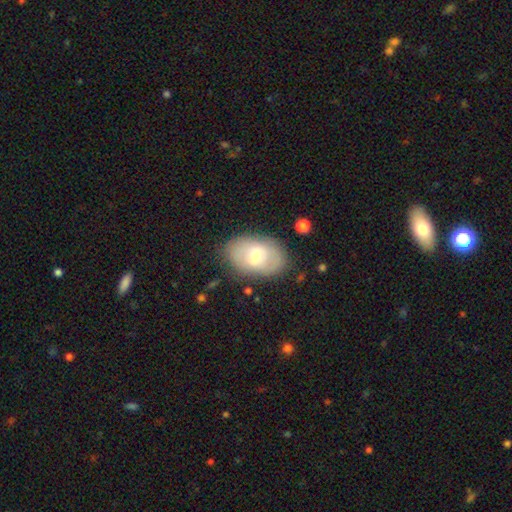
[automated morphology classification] A smooth galaxy with no disk features (59%) that is in between round and cigar-shaped (87%).

Vote fractions:
- Smooth or featured? smooth: 59% / featured or disk: 34% / star or artifact: 7%
- How rounded? in between: 87% / round: 11% / cigar-shaped: 1%
- Merging? none: 80% / minor disturbance: 14% / major disturbance: 4% / merger: 2%